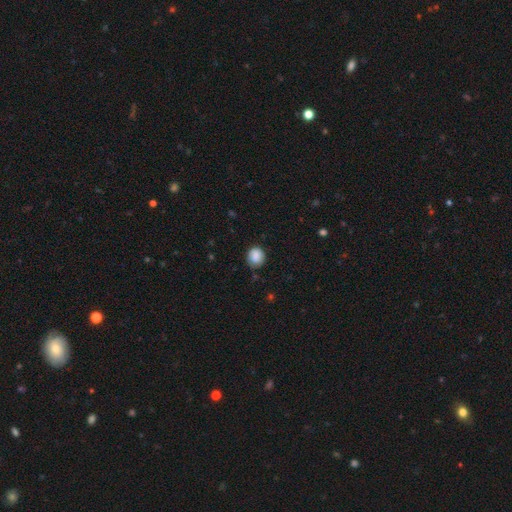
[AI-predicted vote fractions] Smooth or featured? Predicted: smooth (p=0.85). How rounded? Predicted: round (p=0.75). Merging? Predicted: none (p=0.76).